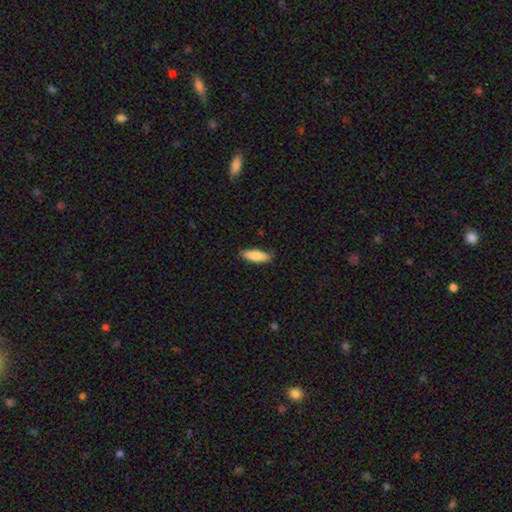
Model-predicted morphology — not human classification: smooth-or-featured: smooth: 80% | featured or disk: 14% | star or artifact: 6%
  how-rounded: in between: 56% | cigar-shaped: 42% | round: 2%
  merging: none: 83% | minor disturbance: 14% | major disturbance: 2% | merger: 1%